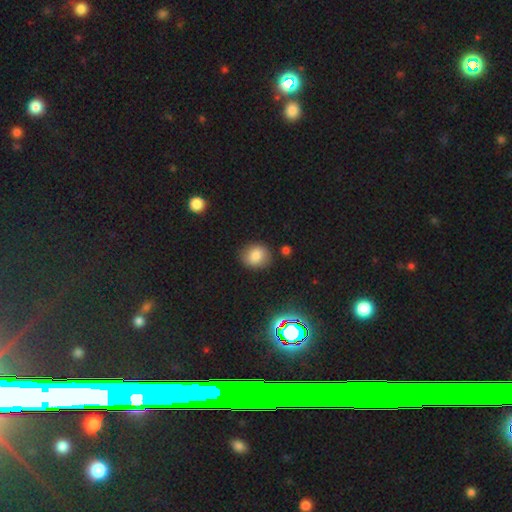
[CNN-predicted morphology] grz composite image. It shows a smooth galaxy with no disk features (80%) that is round (65%). Merging: none (82%).